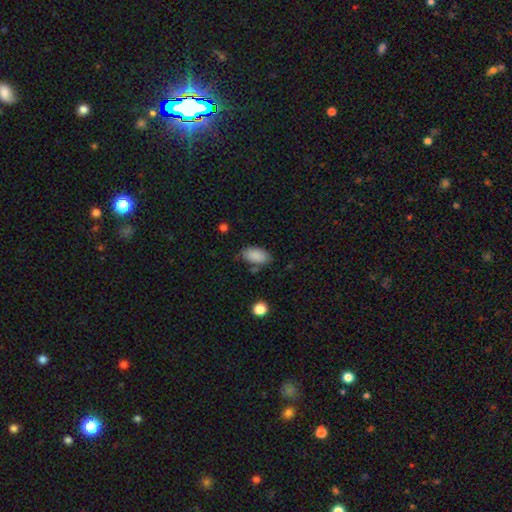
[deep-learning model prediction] The model was most divided on "merging": none: 72%, minor disturbance: 18%, merger: 5%, major disturbance: 4%. More confident: how rounded — in between (94%); smooth or featured — smooth (87%).